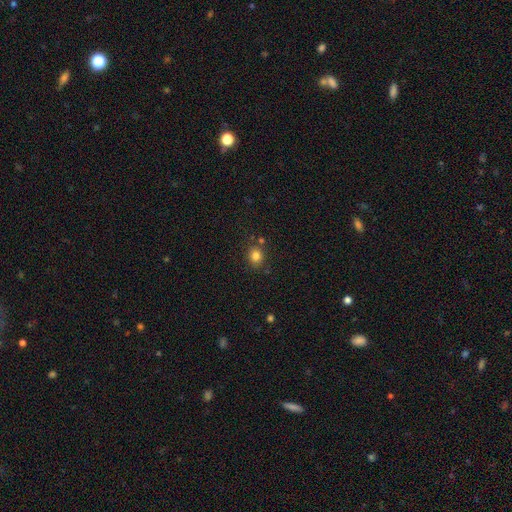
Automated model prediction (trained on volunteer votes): smooth-or-featured: smooth: 81% | star or artifact: 13% | featured or disk: 6%
  how-rounded: round: 72% | in between: 28% | cigar-shaped: 1%
  merging: none: 79% | minor disturbance: 11% | merger: 7% | major disturbance: 3%